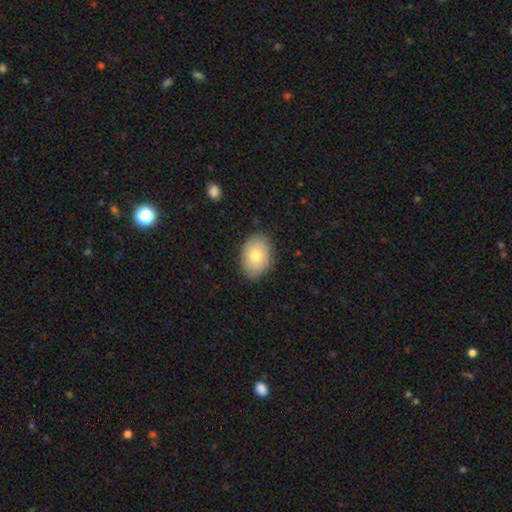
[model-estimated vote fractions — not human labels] smooth-or-featured: smooth: 77% | featured or disk: 16% | star or artifact: 7%
  how-rounded: in between: 83% | round: 16% | cigar-shaped: 1%
  merging: none: 86% | minor disturbance: 11% | major disturbance: 2% | merger: 1%